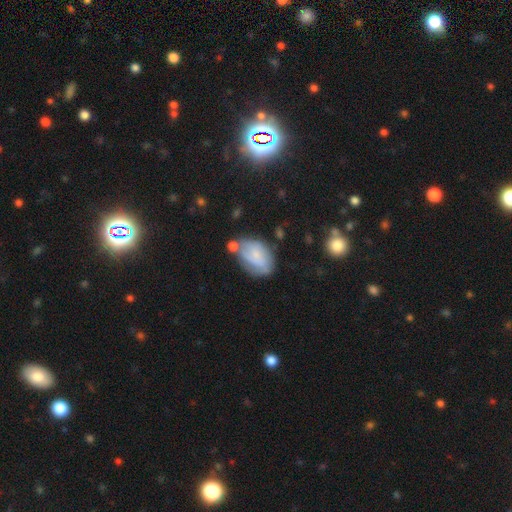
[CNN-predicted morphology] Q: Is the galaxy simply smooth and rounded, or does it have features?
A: smooth — 53%.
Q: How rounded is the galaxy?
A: in between — 86%.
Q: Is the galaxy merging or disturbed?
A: none — 44%.